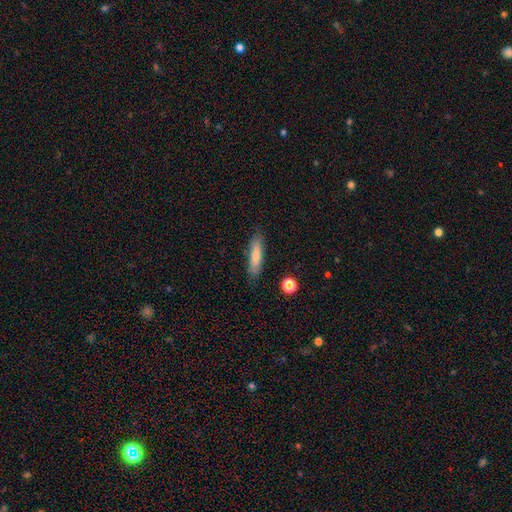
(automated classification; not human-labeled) Morphology: type=smooth (77%); roundness=cigar-shaped (79%); merging=none (83%).